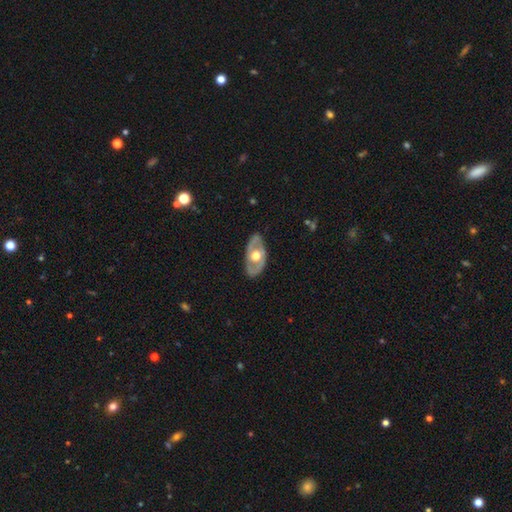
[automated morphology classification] A featured or disk galaxy (68%) with no bar (81%), no spiral arms (61%) and a moderate central bulge (64%). Merging: none (81%).